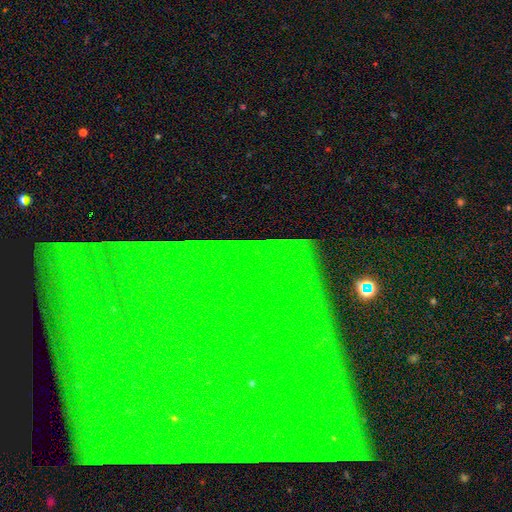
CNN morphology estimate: Overall: star or artifact (84%).